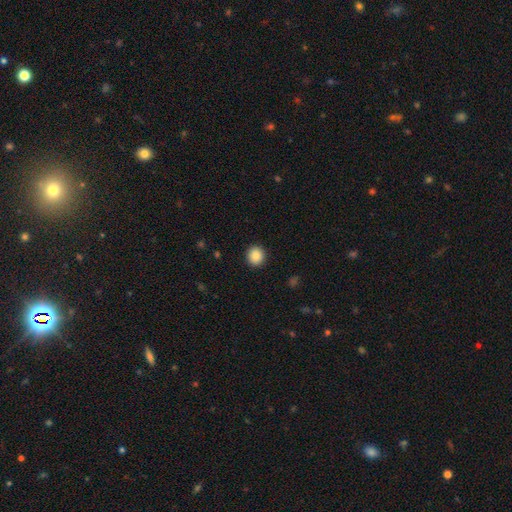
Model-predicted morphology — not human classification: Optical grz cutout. It shows a smooth galaxy with no disk features (89%) that is round (89%). Merging: none (92%).